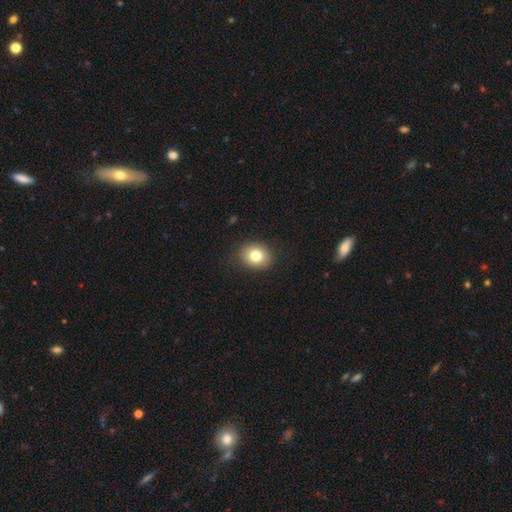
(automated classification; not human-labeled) Overall: smooth (79%). How rounded: round (61%; in between 38%). Merging: none (87%).